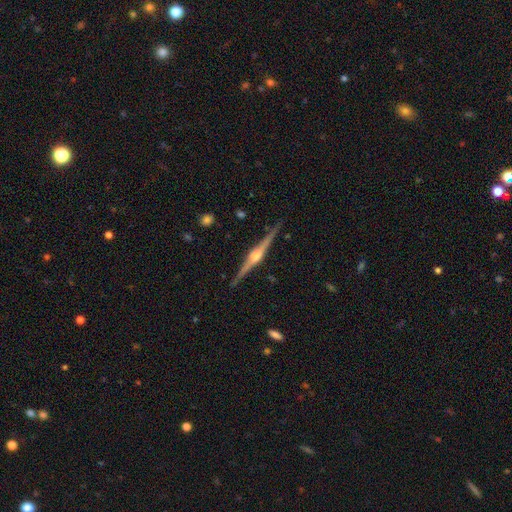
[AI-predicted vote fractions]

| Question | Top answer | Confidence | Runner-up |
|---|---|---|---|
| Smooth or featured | featured or disk | 87% | smooth (8%) |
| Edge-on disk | yes | 98% | no (2%) |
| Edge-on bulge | rounded | 91% | boxy (7%) |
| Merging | none | 90% | minor disturbance (7%) |